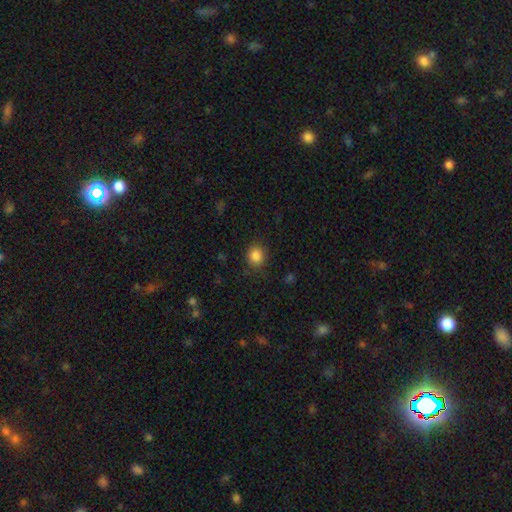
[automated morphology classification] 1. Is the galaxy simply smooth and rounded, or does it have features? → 85% smooth, 10% star or artifact, 4% featured or disk.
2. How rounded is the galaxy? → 81% round, 18% in between, 1% cigar-shaped.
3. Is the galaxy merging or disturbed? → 84% none, 11% minor disturbance, 3% major disturbance, 1% merger.